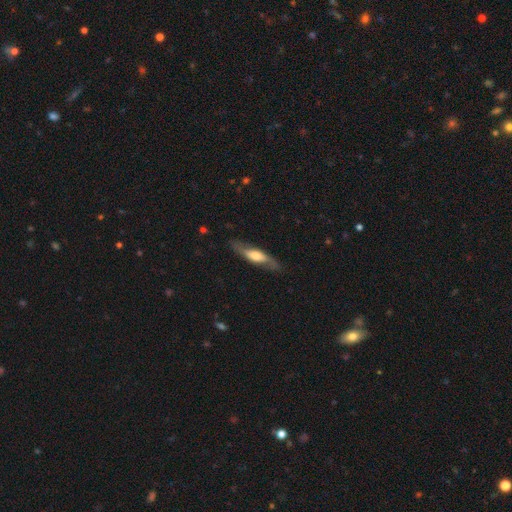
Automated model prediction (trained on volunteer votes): smooth-or-featured: featured or disk: 60% | smooth: 35% | star or artifact: 6%
  disk-edge-on: yes: 53% | no: 47%
  merging: none: 78% | minor disturbance: 15% | major disturbance: 5% | merger: 1%